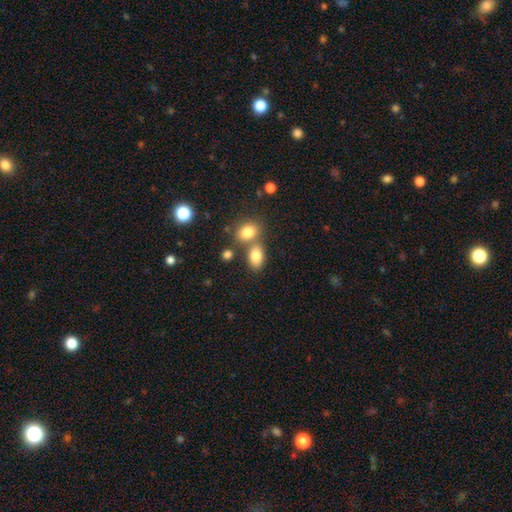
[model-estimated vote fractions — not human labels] Smooth or featured: smooth — 80% (star or artifact — 10%)
How rounded: in between — 83% (round — 16%)
Merging: none — 49% (merger — 38%)